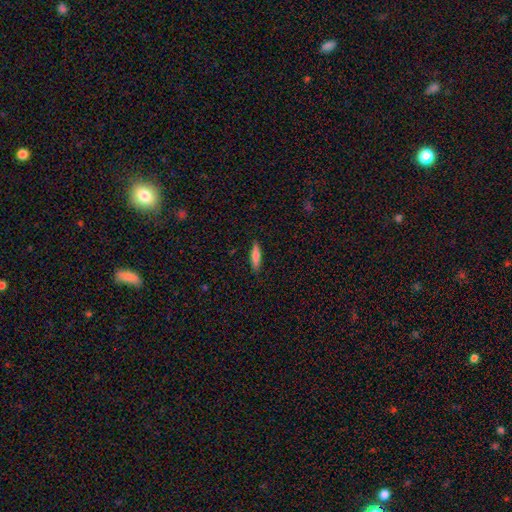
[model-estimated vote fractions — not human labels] Smooth or featured? Predicted: smooth (p=0.70). How rounded? Predicted: cigar-shaped (p=0.76). Merging? Predicted: none (p=0.88).